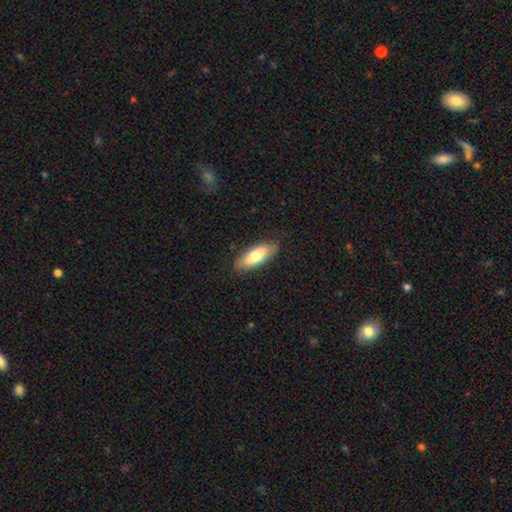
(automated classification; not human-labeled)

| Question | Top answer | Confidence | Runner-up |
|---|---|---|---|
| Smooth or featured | smooth | 73% | featured or disk (21%) |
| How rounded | in between | 73% | cigar-shaped (25%) |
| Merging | none | 85% | minor disturbance (11%) |